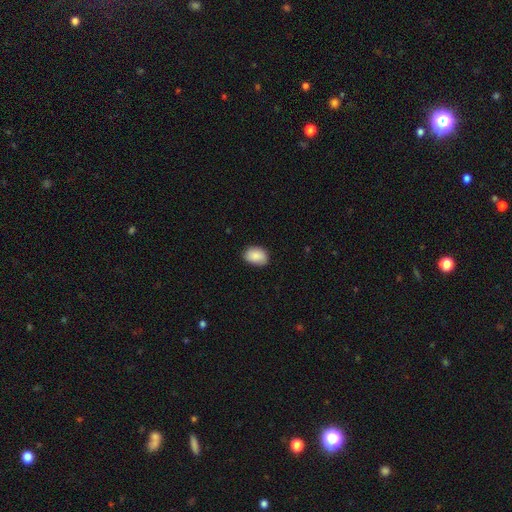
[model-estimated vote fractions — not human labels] A smooth galaxy with no disk features (88%) that is in between round and cigar-shaped (80%). Merging: none (84%).